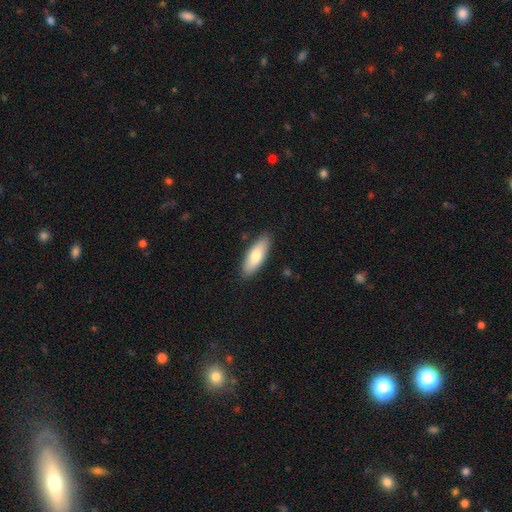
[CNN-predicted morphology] Smooth or featured? Predicted: smooth (p=0.74). How rounded? Predicted: in between (p=0.65). Merging? Predicted: none (p=0.87).